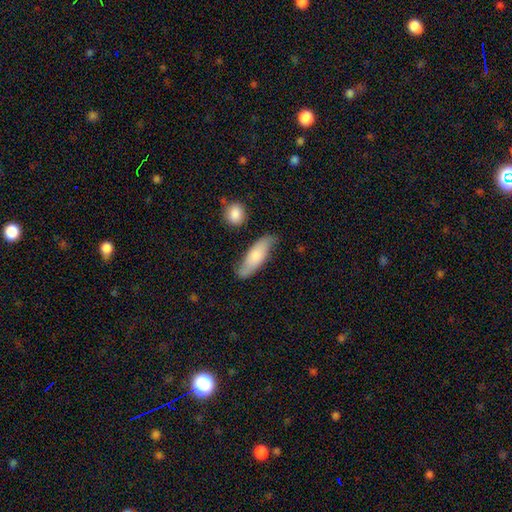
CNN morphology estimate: Smooth or featured? smooth (68%)
How rounded? in between (57%)
Merging? none (71%)